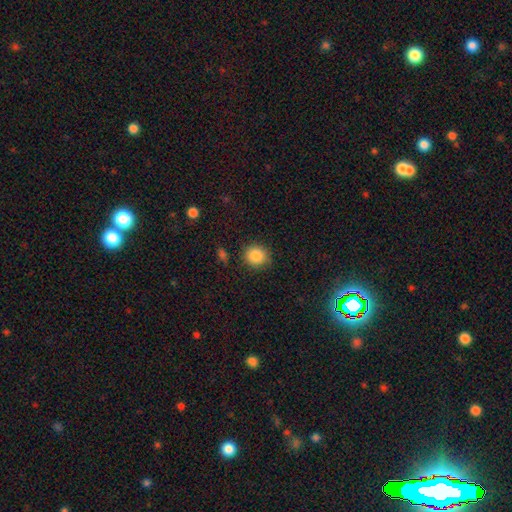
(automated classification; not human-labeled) A smooth galaxy with no disk features (86%) that is round (87%). Merging: none (85%).